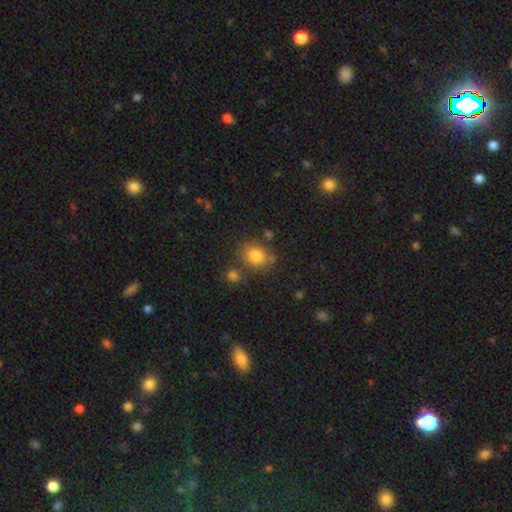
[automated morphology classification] Overall: smooth (81%). How rounded: round (59%; in between 40%). Merging: none (68%).